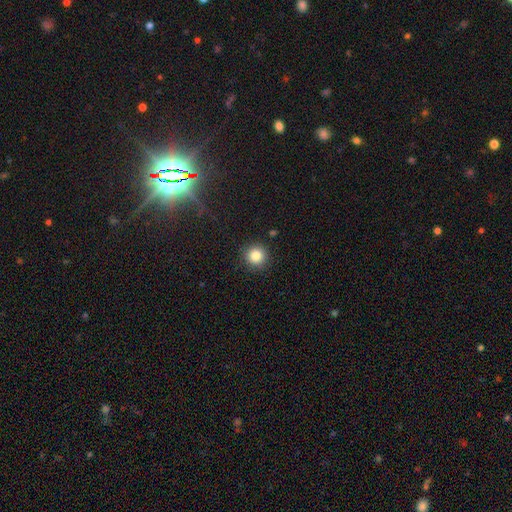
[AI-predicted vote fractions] Smooth or featured? Predicted: smooth (p=0.85). How rounded? Predicted: round (p=0.93). Merging? Predicted: none (p=0.90).